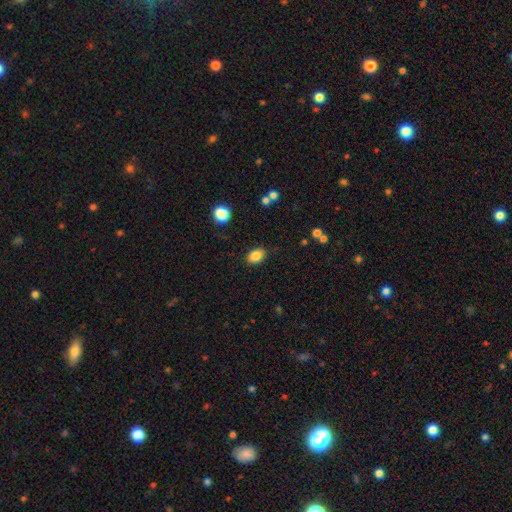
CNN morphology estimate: The model was most divided on "how rounded": in between: 77%, round: 22%, cigar-shaped: 1%. More confident: smooth or featured — smooth (85%); merging — none (85%).